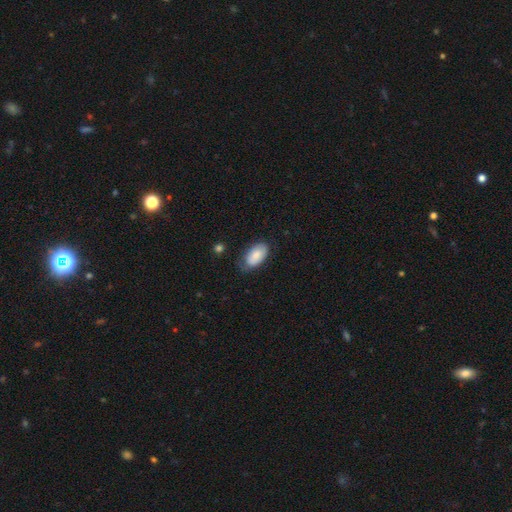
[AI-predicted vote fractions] Smooth or featured?
  - smooth: 81% *
  - featured or disk: 13%
  - star or artifact: 6%
How rounded?
  - in between: 95% *
  - round: 4%
  - cigar-shaped: 2%
Merging?
  - none: 62% *
  - minor disturbance: 29%
  - major disturbance: 7%
  - merger: 2%